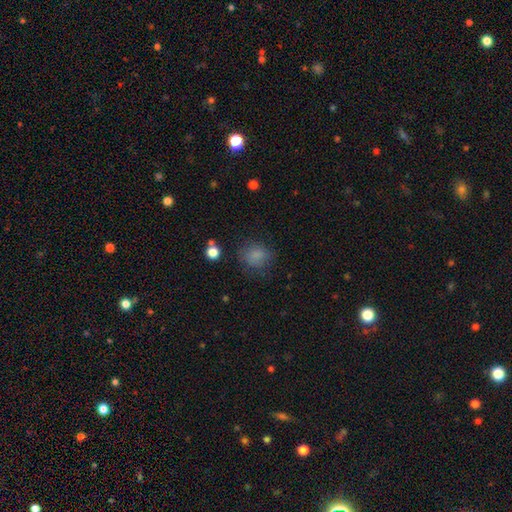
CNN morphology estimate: Smooth or featured? Predicted: smooth (p=0.80). How rounded? Predicted: round (p=0.71). Merging? Predicted: none (p=0.72).